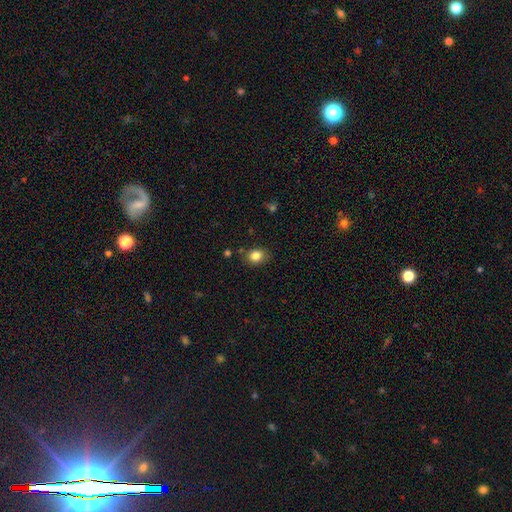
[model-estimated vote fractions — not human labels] Morphology: type=smooth (84%); roundness=round (51%); merging=none (82%).